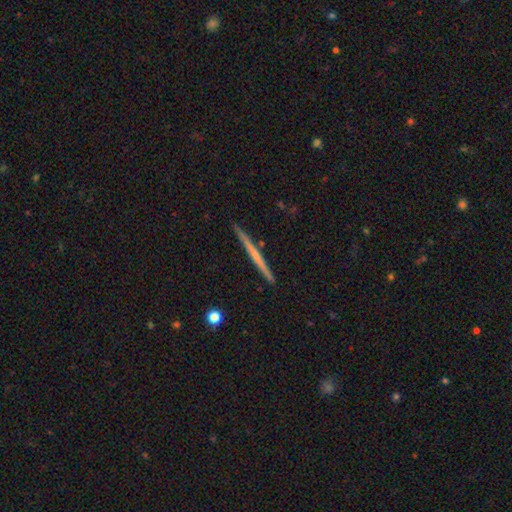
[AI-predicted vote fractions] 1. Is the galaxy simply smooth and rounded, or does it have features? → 56% featured or disk, 38% smooth, 6% star or artifact.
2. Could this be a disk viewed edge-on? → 98% yes, 2% no.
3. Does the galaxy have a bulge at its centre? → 79% none, 16% rounded, 4% boxy.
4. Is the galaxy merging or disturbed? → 92% none, 6% minor disturbance, 1% merger, 1% major disturbance.